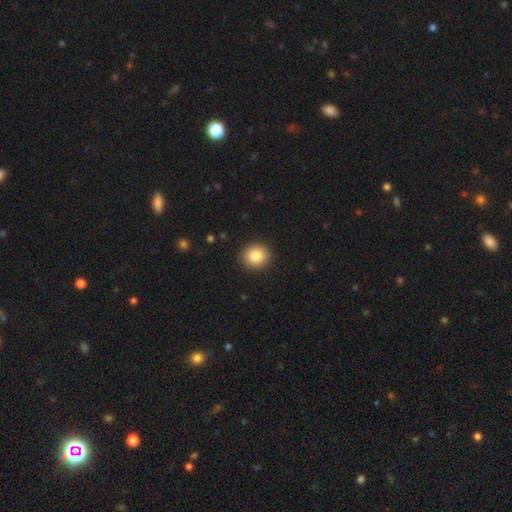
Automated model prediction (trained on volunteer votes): Overall: smooth (87%). How rounded: round (85%). Merging: none (90%).